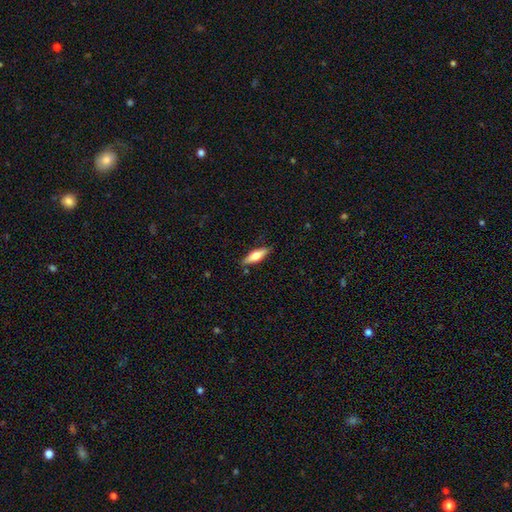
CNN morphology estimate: Smooth or featured: smooth — 61% (featured or disk — 33%)
How rounded: cigar-shaped — 58% (in between — 40%)
Merging: none — 85% (minor disturbance — 11%)